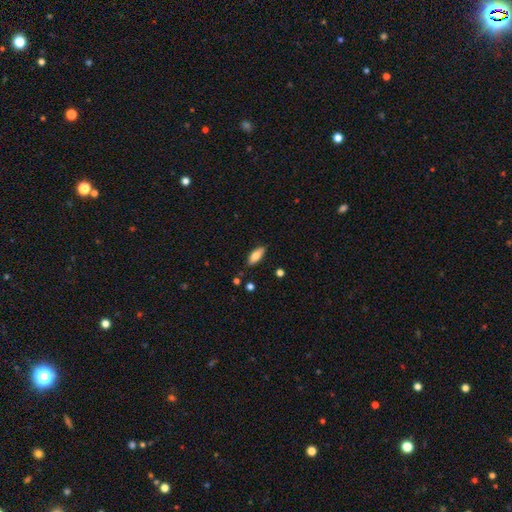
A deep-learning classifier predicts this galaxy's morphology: smooth 76%, featured or disk 18%, star or artifact 6%. Down the decision tree: how rounded — in between (75%); merging — none (84%).